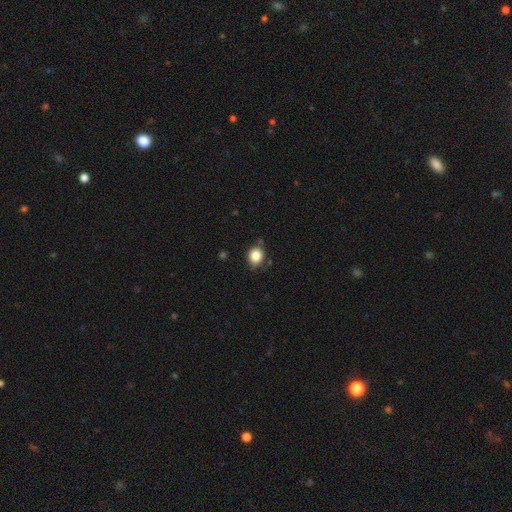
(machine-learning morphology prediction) A smooth galaxy with no disk features (84%) that is round (71%).

Vote fractions:
- Smooth or featured? smooth: 84% / star or artifact: 10% / featured or disk: 5%
- How rounded? round: 71% / in between: 28% / cigar-shaped: 1%
- Merging? none: 77% / minor disturbance: 17% / major disturbance: 3% / merger: 3%